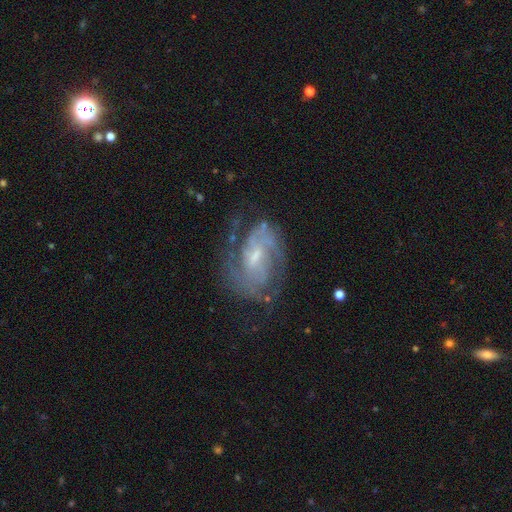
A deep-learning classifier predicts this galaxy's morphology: A featured or disk galaxy (86%) with a weak bar (53%), 2 (58%) medium (44%, tied with tight) spiral arms (95%) and a small central bulge (55%). Merging: none (65%).